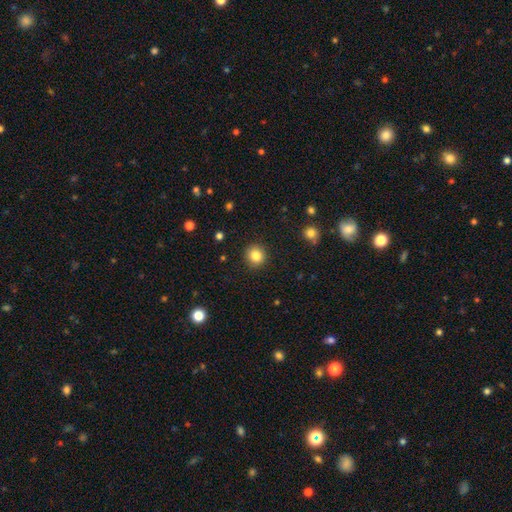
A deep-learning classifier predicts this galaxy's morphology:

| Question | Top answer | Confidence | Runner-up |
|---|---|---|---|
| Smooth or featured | smooth | 84% | star or artifact (10%) |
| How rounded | round | 89% | in between (10%) |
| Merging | none | 90% | minor disturbance (6%) |